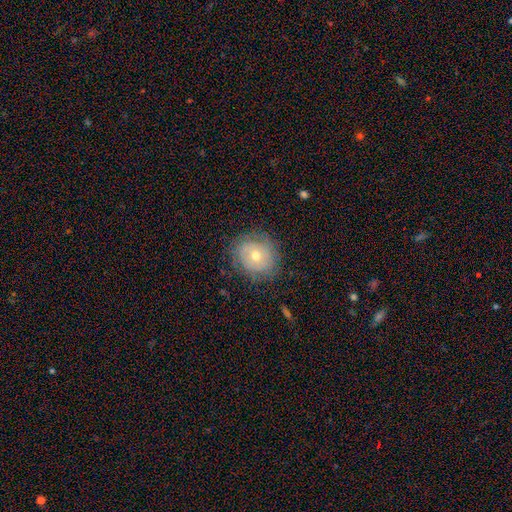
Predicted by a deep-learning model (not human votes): Smooth or featured? Predicted: featured or disk (p=0.46). Merging? Predicted: none (p=0.77).